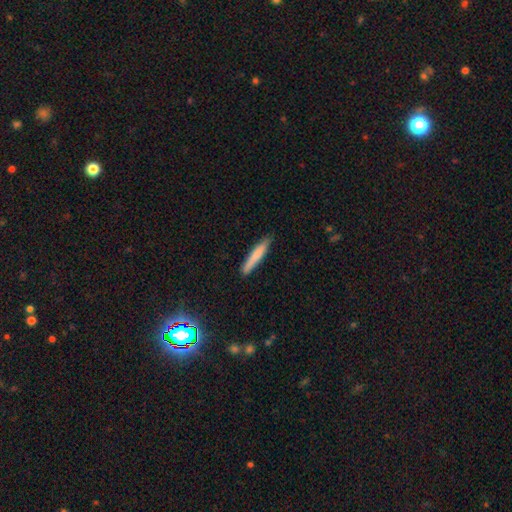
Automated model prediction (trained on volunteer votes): Morphology: type=smooth (77%); roundness=cigar-shaped (93%); merging=none (86%).